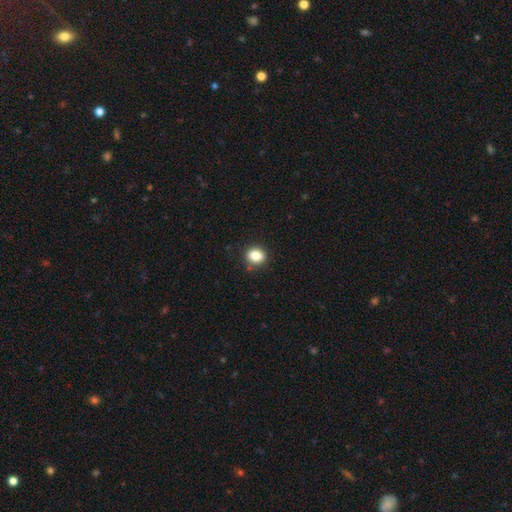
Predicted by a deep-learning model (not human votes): Smooth or featured?
  - smooth: 85% *
  - star or artifact: 10%
  - featured or disk: 5%
How rounded?
  - round: 63% *
  - in between: 36%
  - cigar-shaped: 1%
Merging?
  - none: 86% *
  - minor disturbance: 10%
  - major disturbance: 2%
  - merger: 1%